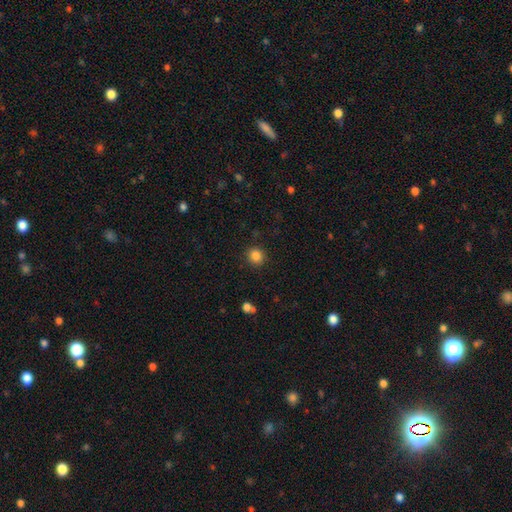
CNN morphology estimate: Smooth or featured?
  - smooth: 85% *
  - star or artifact: 11%
  - featured or disk: 4%
How rounded?
  - round: 86% *
  - in between: 13%
  - cigar-shaped: 1%
Merging?
  - none: 89% *
  - minor disturbance: 7%
  - major disturbance: 2%
  - merger: 1%